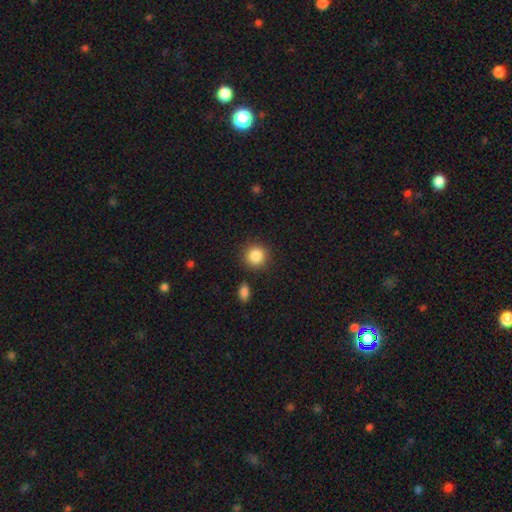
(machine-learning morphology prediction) smooth_or_featured: smooth (p=0.87) [alt: star or artifact p=0.09]
how_rounded: round (p=0.92) [alt: in between p=0.07]
merging: none (p=0.86) [alt: minor disturbance p=0.08]